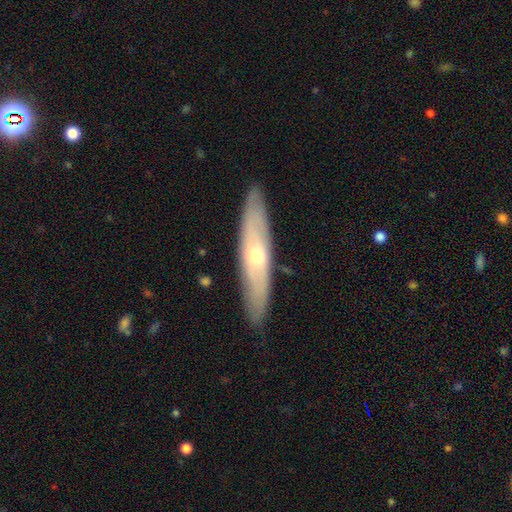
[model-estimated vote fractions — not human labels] A featured or disk galaxy (57%) viewed edge-on (65%).

Vote fractions:
- Smooth or featured? featured or disk: 57% / smooth: 37% / star or artifact: 6%
- Edge-on disk? yes: 65% / no: 35%
- Merging? none: 88% / minor disturbance: 9% / major disturbance: 2% / merger: 1%